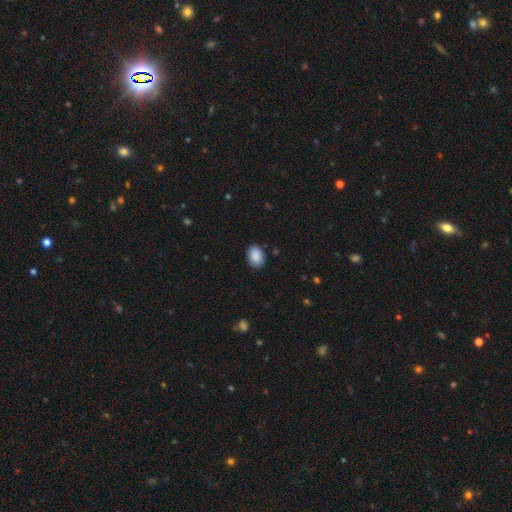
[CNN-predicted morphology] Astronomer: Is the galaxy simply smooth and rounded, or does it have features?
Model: smooth — 90%.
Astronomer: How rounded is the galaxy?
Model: in between — 79%.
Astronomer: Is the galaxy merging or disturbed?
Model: none — 85%.